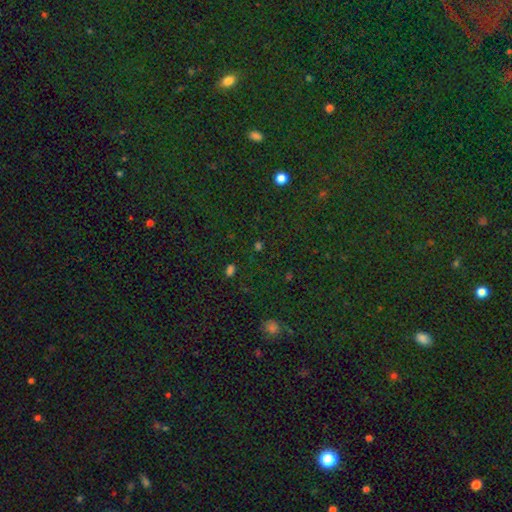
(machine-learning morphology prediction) A star or artifact, not a galaxy (76%).